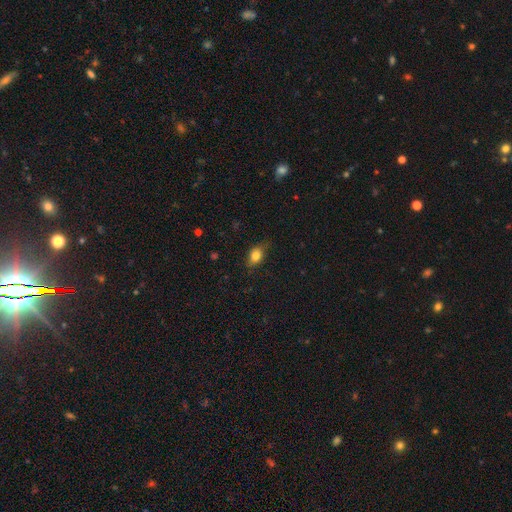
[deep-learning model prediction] smooth-or-featured: smooth: 80% | featured or disk: 10% | star or artifact: 10%
  how-rounded: in between: 73% | round: 23% | cigar-shaped: 4%
  merging: none: 77% | minor disturbance: 19% | major disturbance: 4% | merger: 1%